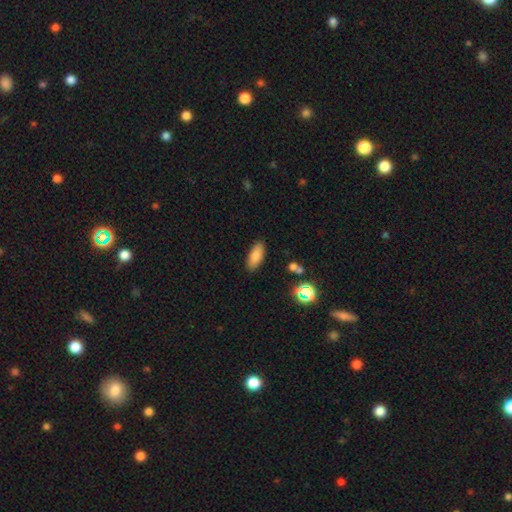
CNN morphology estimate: Smooth or featured? Predicted: smooth (p=0.83). How rounded? Predicted: in between (p=0.82). Merging? Predicted: none (p=0.87).